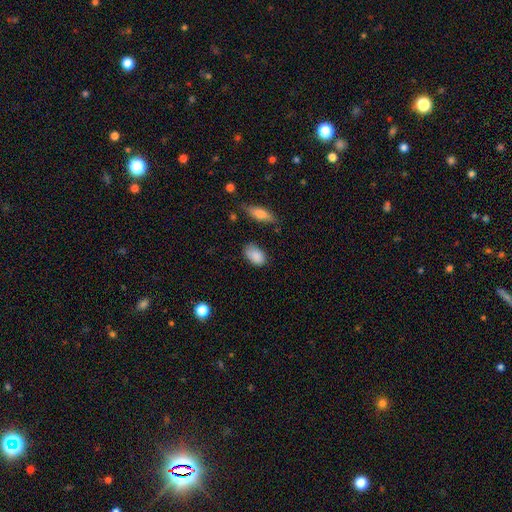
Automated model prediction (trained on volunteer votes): The model was most divided on "merging": none: 66%, minor disturbance: 26%, major disturbance: 5%, merger: 3%. More confident: how rounded — in between (88%); smooth or featured — smooth (86%).